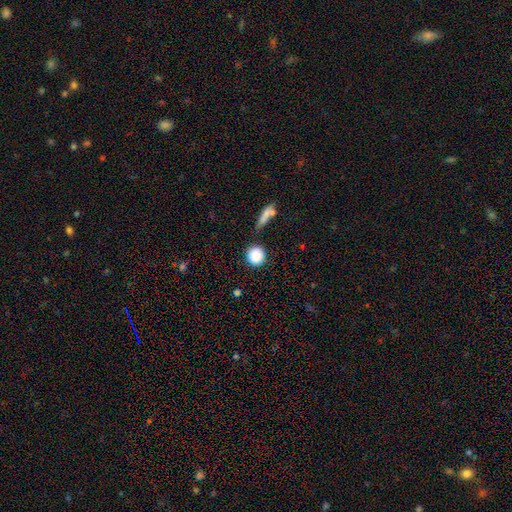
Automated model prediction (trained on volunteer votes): smooth 87%, star or artifact 9%, featured or disk 5%. Down the decision tree: how rounded — round (91%); merging — none (81%).